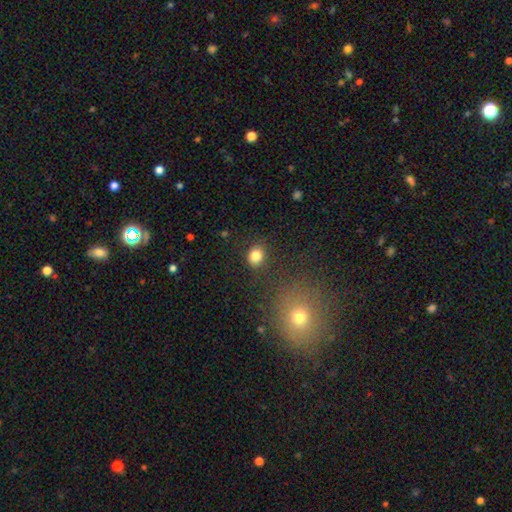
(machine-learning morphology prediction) This appears to be a smooth galaxy with no disk features (83%) that is round (66%). Merging: none (85%).